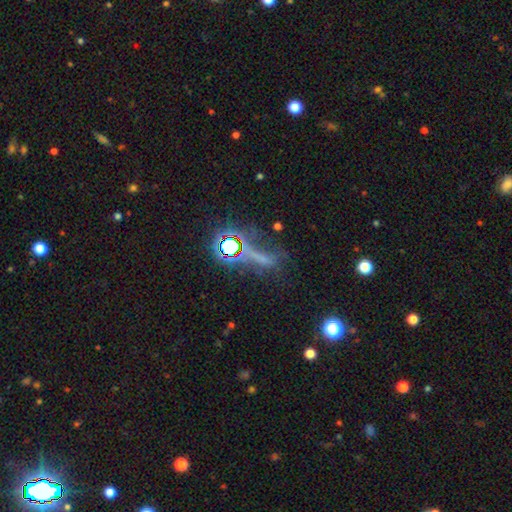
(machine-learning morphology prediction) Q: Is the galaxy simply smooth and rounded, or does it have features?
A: star or artifact — 59%.